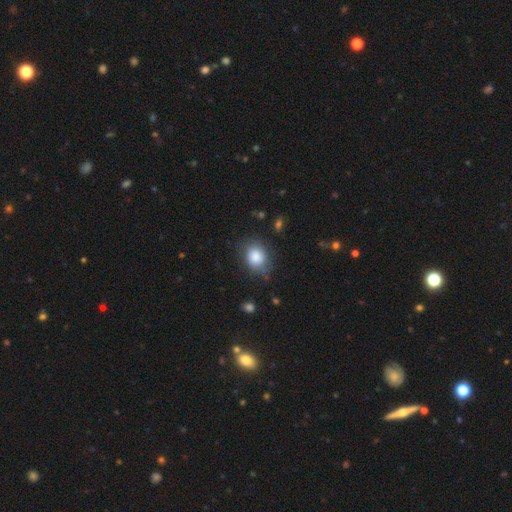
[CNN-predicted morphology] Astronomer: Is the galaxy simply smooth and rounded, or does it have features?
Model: smooth — 84%.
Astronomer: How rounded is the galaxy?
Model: in between — 51% (runner-up: round, 48%).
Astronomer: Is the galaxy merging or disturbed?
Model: none — 69%.